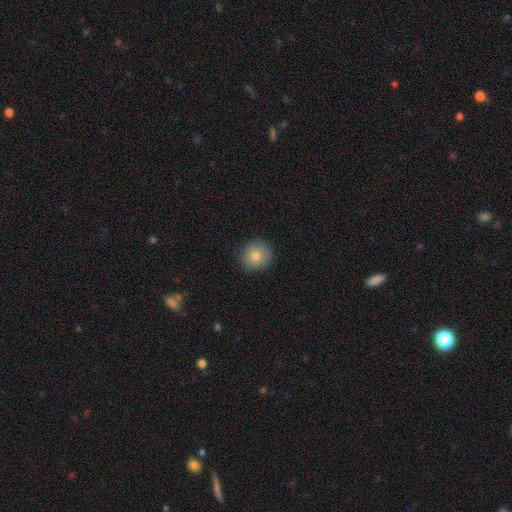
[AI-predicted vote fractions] The model was most divided on "smooth or featured": smooth: 78%, featured or disk: 11%, star or artifact: 11%. More confident: merging — none (88%); how rounded — round (87%).